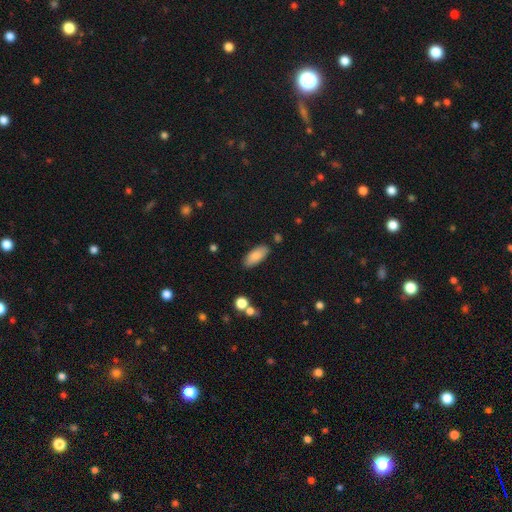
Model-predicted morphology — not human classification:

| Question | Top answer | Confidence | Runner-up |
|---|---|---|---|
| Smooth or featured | smooth | 84% | featured or disk (9%) |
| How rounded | in between | 83% | cigar-shaped (15%) |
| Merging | none | 85% | minor disturbance (11%) |